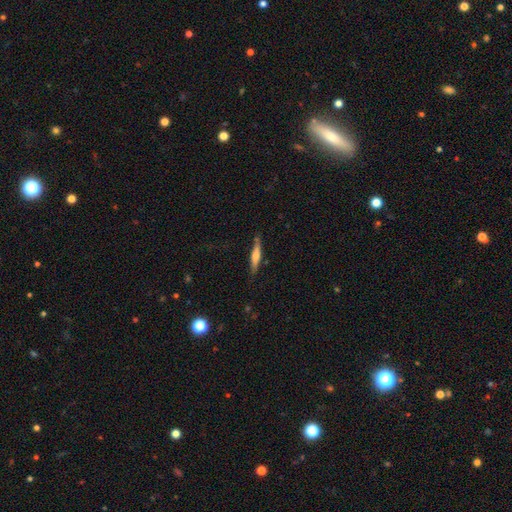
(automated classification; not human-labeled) A smooth galaxy with no disk features (49%).

Vote fractions:
- Smooth or featured? smooth: 49% / featured or disk: 45% / star or artifact: 6%
- Merging? none: 82% / minor disturbance: 13% / major disturbance: 3% / merger: 2%